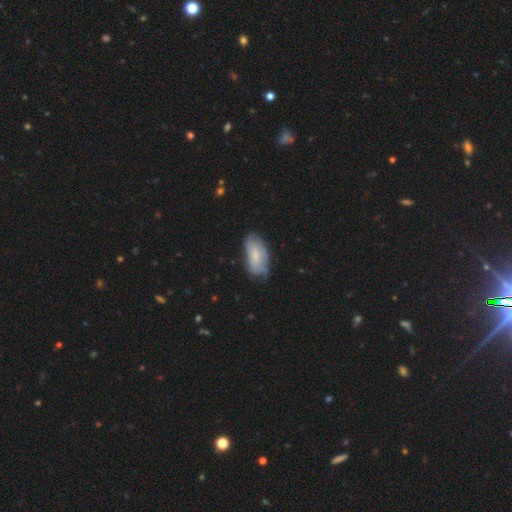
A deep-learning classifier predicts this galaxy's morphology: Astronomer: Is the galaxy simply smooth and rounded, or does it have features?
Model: smooth — 68%.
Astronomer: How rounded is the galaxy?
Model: in between — 92%.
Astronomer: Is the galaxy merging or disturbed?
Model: none — 59%.